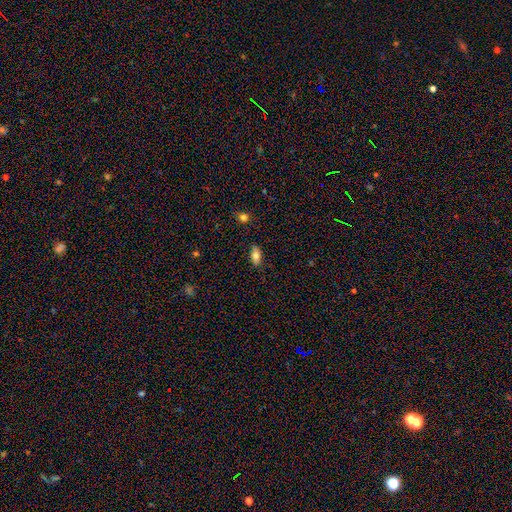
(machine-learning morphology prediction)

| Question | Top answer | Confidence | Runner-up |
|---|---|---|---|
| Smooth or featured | smooth | 77% | featured or disk (15%) |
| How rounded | in between | 87% | cigar-shaped (9%) |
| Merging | none | 84% | minor disturbance (12%) |